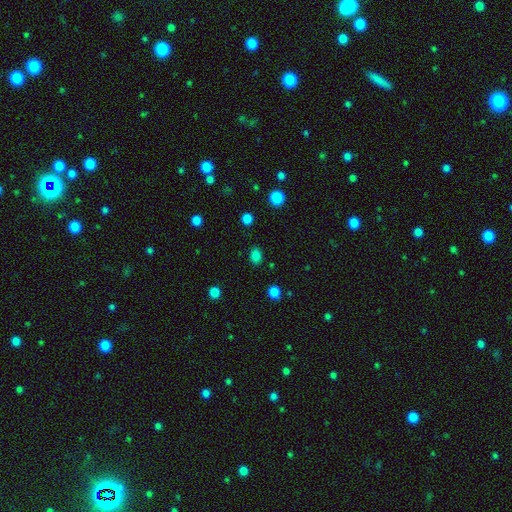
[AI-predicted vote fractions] smooth-or-featured: smooth: 82% | star or artifact: 13% | featured or disk: 4%
  how-rounded: in between: 55% | round: 44% | cigar-shaped: 1%
  merging: none: 85% | minor disturbance: 10% | major disturbance: 3% | merger: 2%